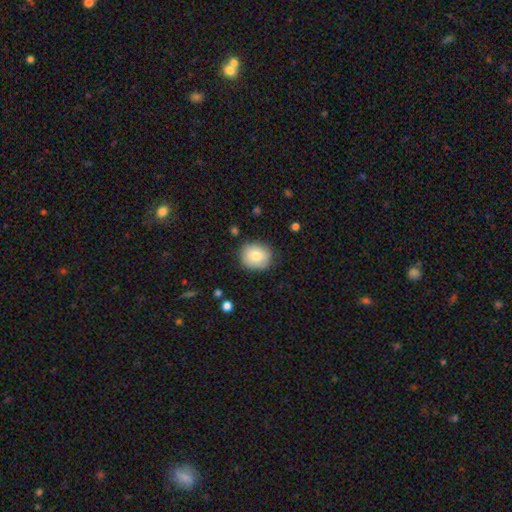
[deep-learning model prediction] Smooth or featured: smooth — 80% (featured or disk — 12%)
How rounded: round — 74% (in between — 25%)
Merging: none — 83% (minor disturbance — 13%)